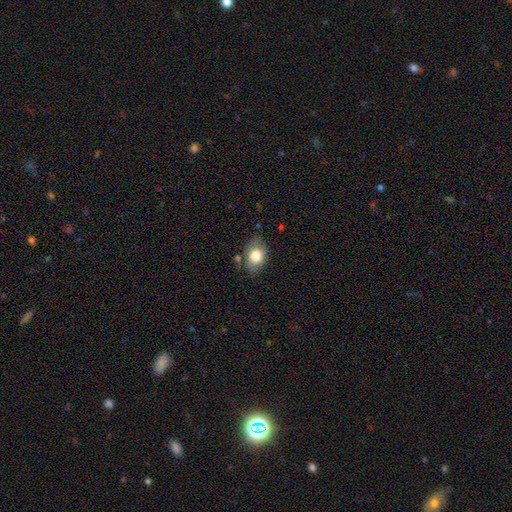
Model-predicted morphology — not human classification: Smooth or featured? smooth (74%)
How rounded? in between (83%)
Merging? none (71%)